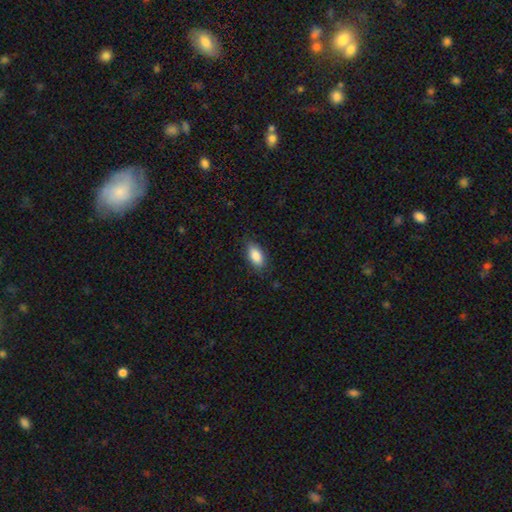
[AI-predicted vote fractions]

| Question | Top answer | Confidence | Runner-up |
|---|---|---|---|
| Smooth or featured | smooth | 88% | star or artifact (7%) |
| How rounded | in between | 90% | cigar-shaped (6%) |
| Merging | none | 82% | minor disturbance (14%) |